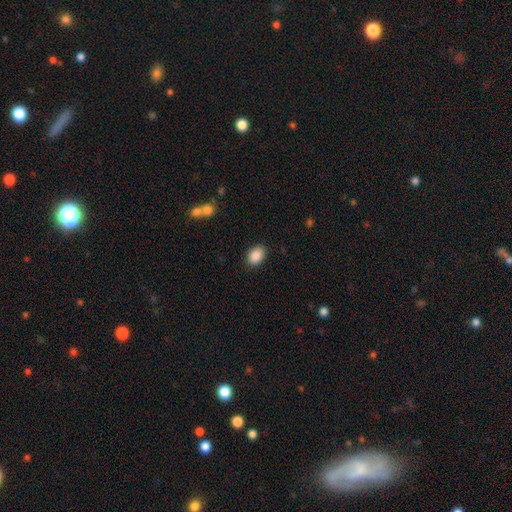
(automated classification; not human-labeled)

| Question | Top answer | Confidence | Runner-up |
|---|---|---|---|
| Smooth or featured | smooth | 89% | star or artifact (8%) |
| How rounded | in between | 76% | round (23%) |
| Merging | none | 88% | minor disturbance (9%) |